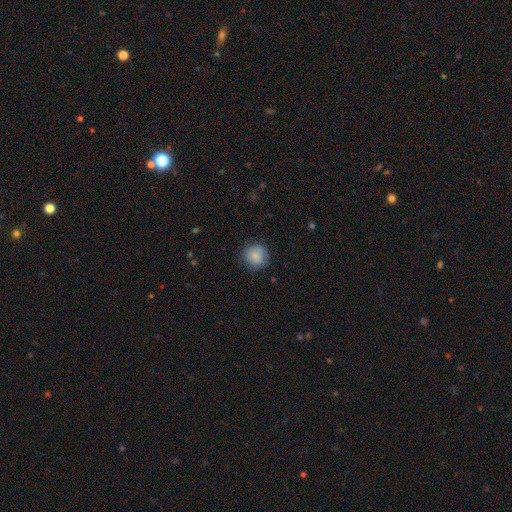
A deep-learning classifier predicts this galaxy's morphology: smooth 86%, star or artifact 8%, featured or disk 6%. Down the decision tree: how rounded — round (90%); merging — none (82%).